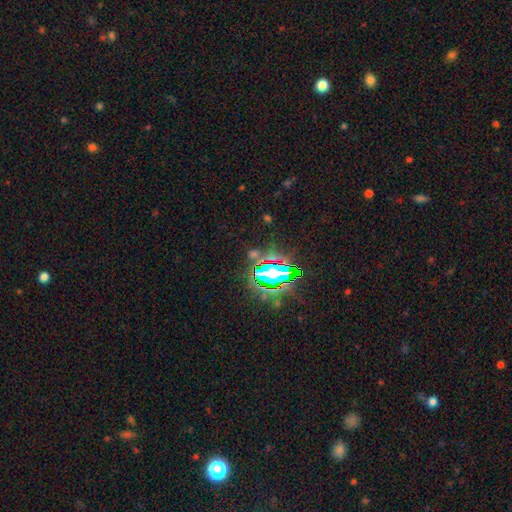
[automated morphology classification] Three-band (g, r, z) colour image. It shows a star or artifact, not a galaxy (76%).